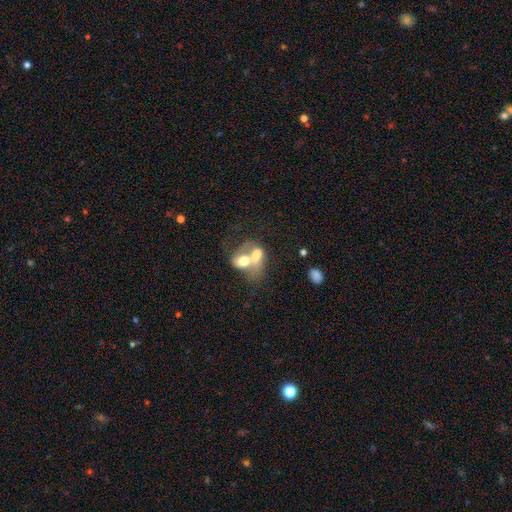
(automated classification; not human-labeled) The model was most divided on "smooth or featured": smooth: 56%, featured or disk: 36%, star or artifact: 8%. More confident: merging — merger (83%); how rounded — in between (62%).